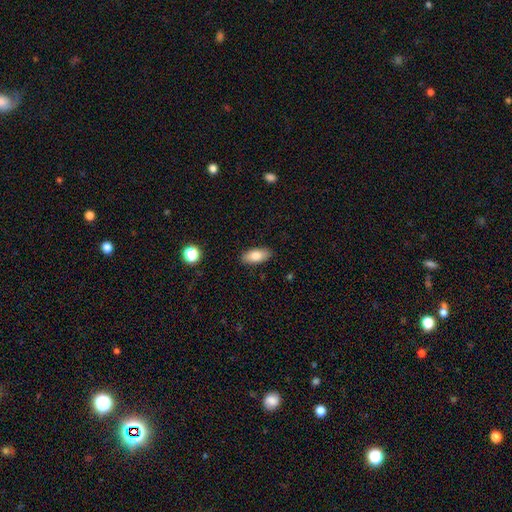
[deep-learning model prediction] This appears to be a smooth galaxy with no disk features (81%) that is in between round and cigar-shaped (88%). Merging: none (88%).